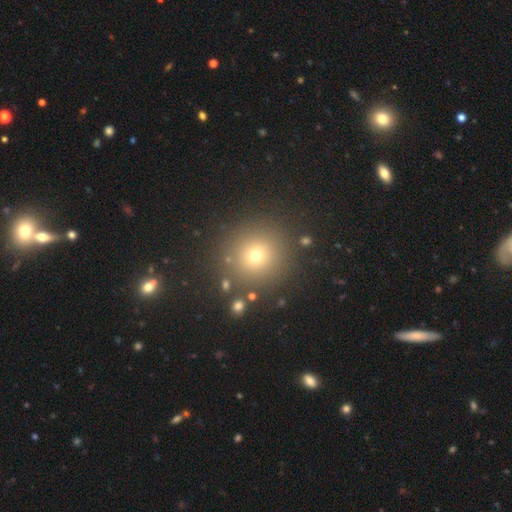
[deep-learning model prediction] smooth_or_featured: smooth (p=0.67) [alt: star or artifact p=0.24]
how_rounded: round (p=0.94) [alt: in between p=0.05]
merging: none (p=0.88) [alt: minor disturbance p=0.06]